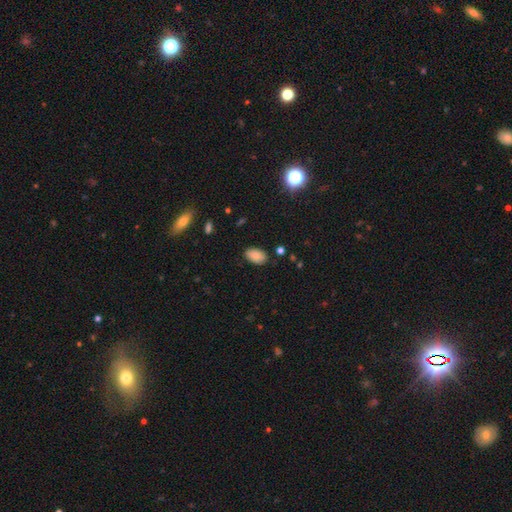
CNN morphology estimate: Smooth or featured? smooth (83%)
How rounded? in between (92%)
Merging? none (84%)